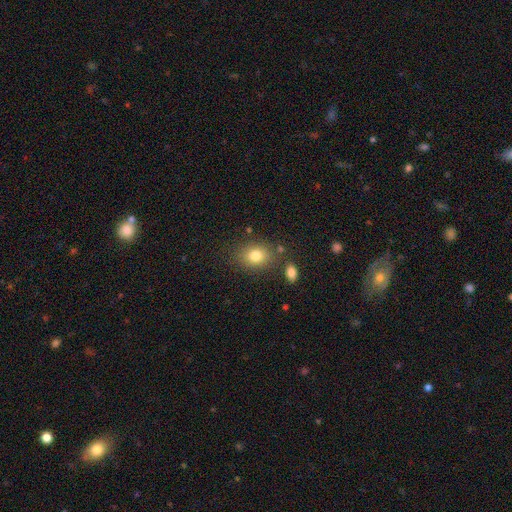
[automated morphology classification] Smooth or featured? smooth (80%)
How rounded? in between (57%)
Merging? none (77%)